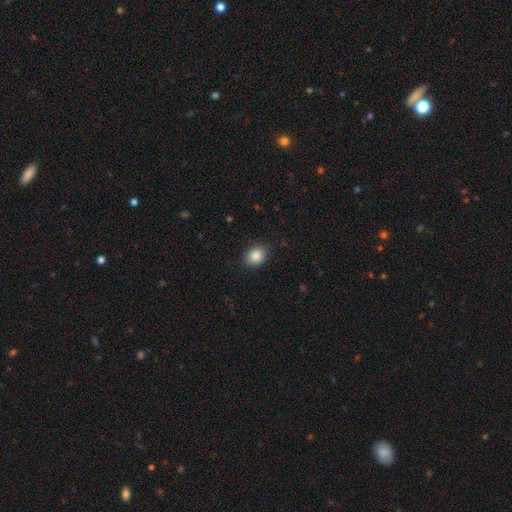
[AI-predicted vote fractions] Smooth or featured?
  - smooth: 87% *
  - star or artifact: 9%
  - featured or disk: 4%
How rounded?
  - round: 55% *
  - in between: 44%
  - cigar-shaped: 1%
Merging?
  - none: 86% *
  - minor disturbance: 10%
  - major disturbance: 3%
  - merger: 1%